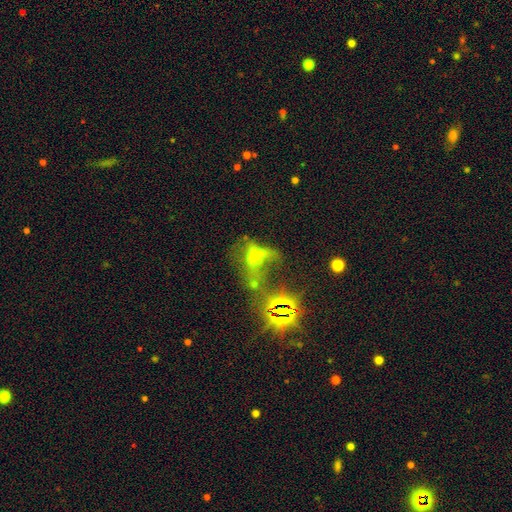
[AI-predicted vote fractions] Smooth or featured: featured or disk — 39% (smooth — 33%)
Merging: major disturbance — 36% (tied with merger — 36%)